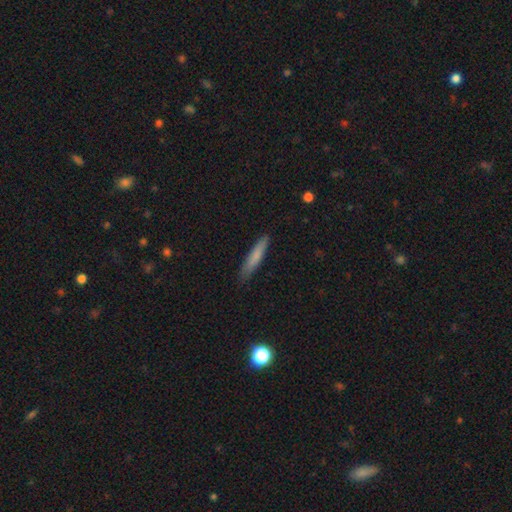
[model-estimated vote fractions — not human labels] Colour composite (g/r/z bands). It shows a smooth galaxy with no disk features (75%) that is cigar-shaped (90%). Merging: none (84%).